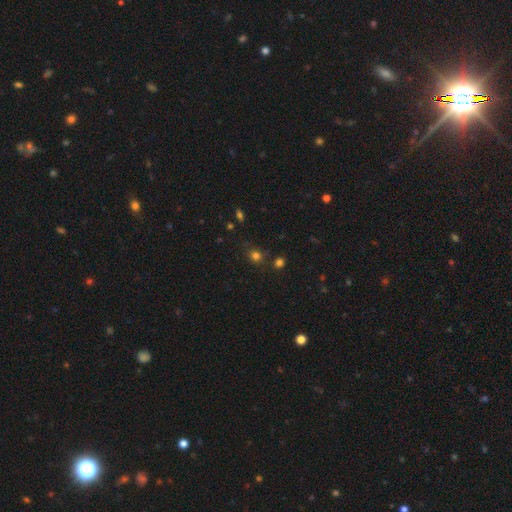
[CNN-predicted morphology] Smooth or featured? Predicted: smooth (p=0.74). How rounded? Predicted: round (p=0.81). Merging? Predicted: none (p=0.77).